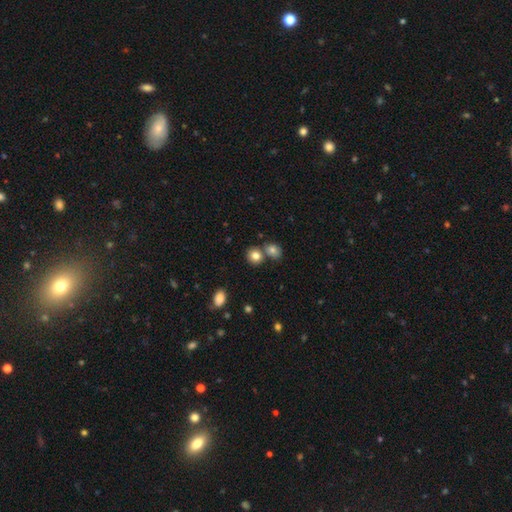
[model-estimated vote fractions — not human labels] Smooth or featured: smooth — 81% (star or artifact — 11%)
How rounded: round — 80% (in between — 19%)
Merging: none — 63% (merger — 25%)